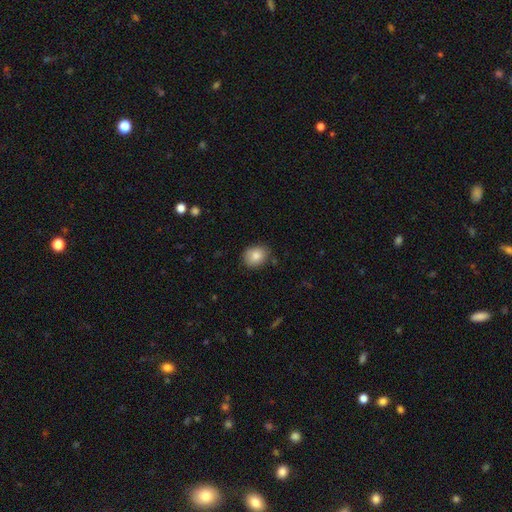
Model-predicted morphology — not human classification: Smooth or featured? Predicted: smooth (p=0.85). How rounded? Predicted: round (p=0.56). Merging? Predicted: none (p=0.81).